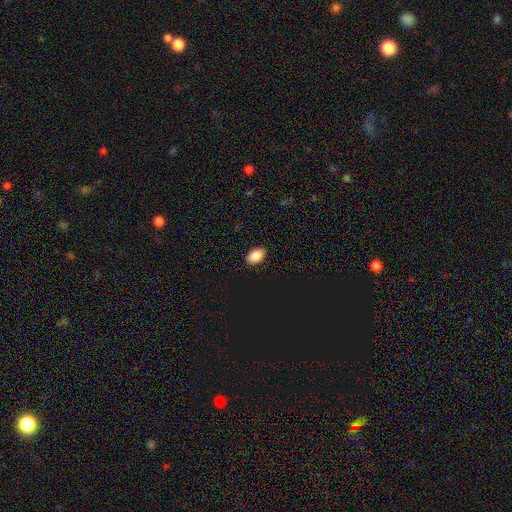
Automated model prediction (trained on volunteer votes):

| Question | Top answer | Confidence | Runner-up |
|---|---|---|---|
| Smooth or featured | smooth | 86% | star or artifact (9%) |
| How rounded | in between | 90% | round (8%) |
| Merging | none | 88% | minor disturbance (9%) |